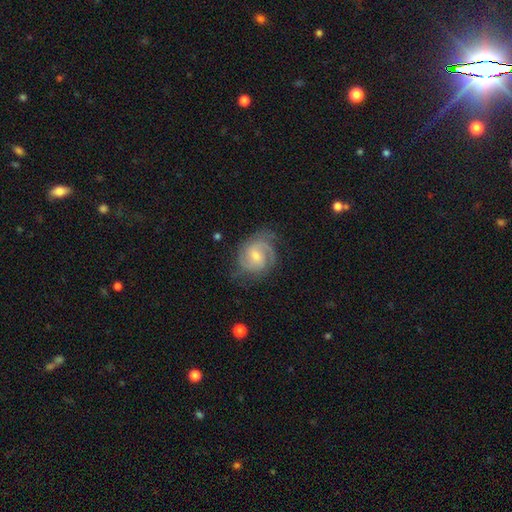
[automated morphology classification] smooth_or_featured: featured or disk (p=0.85) [alt: smooth p=0.10]
disk_edge_on: no (p=0.98) [alt: yes p=0.02]
bar: weak (p=0.54) [alt: no p=0.35]
has_spiral_arms: yes (p=0.97) [alt: no p=0.03]
spiral_winding: tight (p=0.46) [alt: medium p=0.43]
spiral_arm_count: 2 (p=0.58) [alt: 3 p=0.18]
bulge_size: small (p=0.51) [alt: moderate p=0.44]
merging: none (p=0.70) [alt: minor disturbance p=0.20]